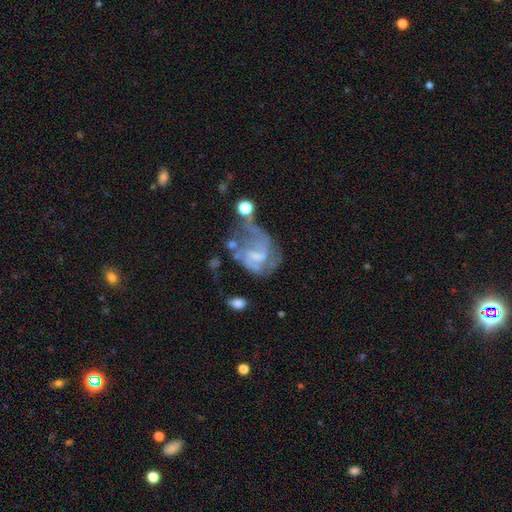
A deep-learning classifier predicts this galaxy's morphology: A featured or disk galaxy (74%) with a weak bar (51%), 2 (44%) medium (43%) spiral arms (77%) and a small central bulge (40%). Merging: major disturbance (42%).